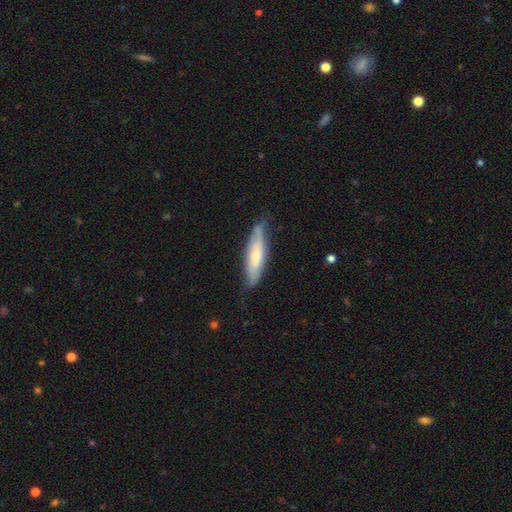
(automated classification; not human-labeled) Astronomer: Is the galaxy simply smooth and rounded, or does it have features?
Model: smooth — 57% (runner-up: featured or disk, 37%).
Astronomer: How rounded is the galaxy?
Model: cigar-shaped — 70%.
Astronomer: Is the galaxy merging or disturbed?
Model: none — 71%.